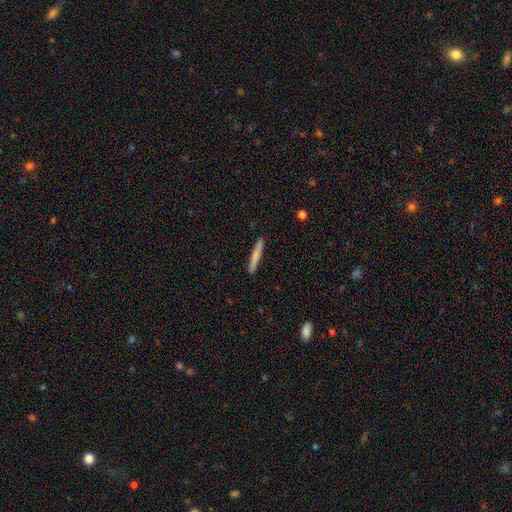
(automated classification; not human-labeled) Q: Smooth or featured?
A: smooth (75%); runner-up: featured or disk (19%)
Q: How rounded?
A: cigar-shaped (96%); runner-up: in between (3%)
Q: Merging?
A: none (92%); runner-up: minor disturbance (6%)